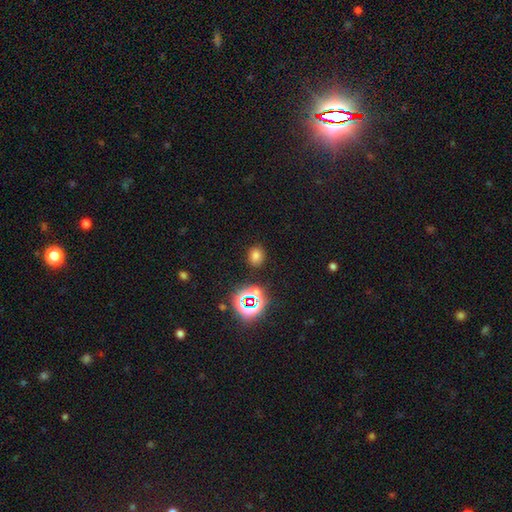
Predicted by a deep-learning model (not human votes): The model was most divided on "how rounded": round: 59%, in between: 40%, cigar-shaped: 1%. More confident: merging — none (85%); smooth or featured — smooth (69%).